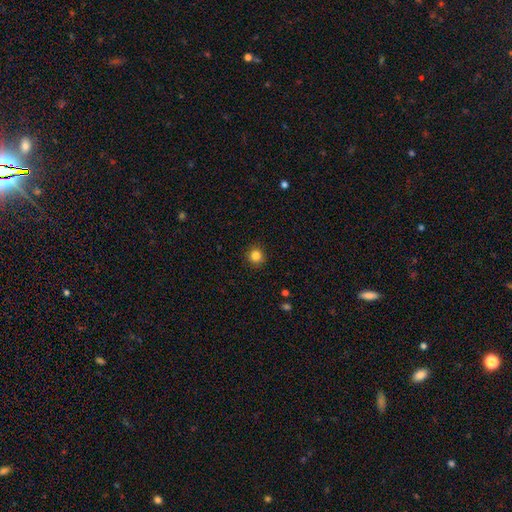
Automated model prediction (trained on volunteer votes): Overall: smooth (84%). How rounded: round (92%). Merging: none (91%).